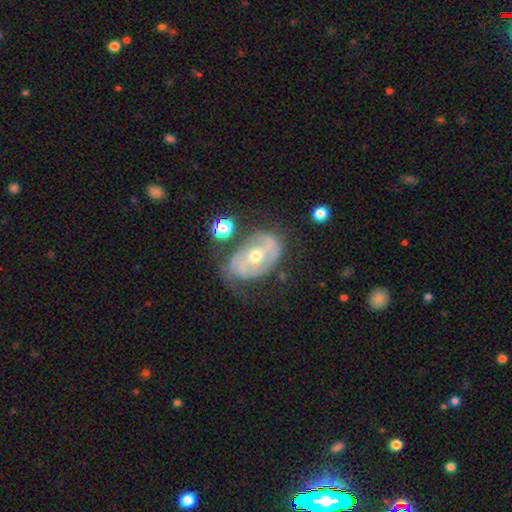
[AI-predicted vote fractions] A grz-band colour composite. It shows a featured or disk galaxy (79%) with a weak bar (37%, tied with no), 2 (56%) tight (42%) spiral arms (79%) and a moderate central bulge (60%). Merging: none (46%).